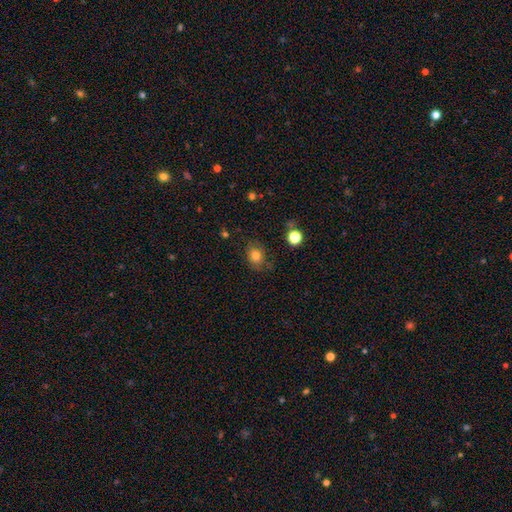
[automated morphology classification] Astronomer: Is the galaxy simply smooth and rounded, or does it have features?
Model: smooth — 78%.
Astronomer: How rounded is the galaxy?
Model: in between — 52% (runner-up: round, 47%).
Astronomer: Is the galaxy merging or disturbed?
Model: none — 72%.